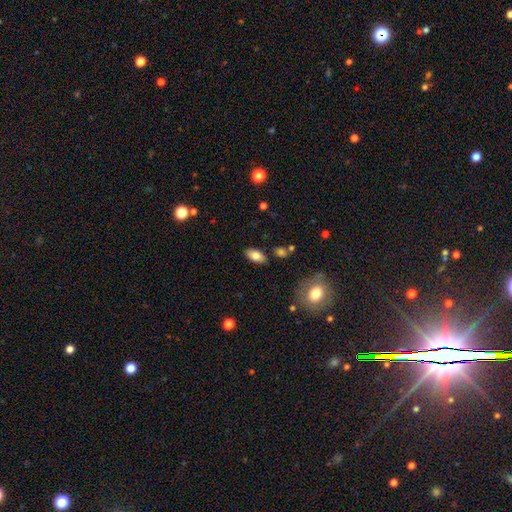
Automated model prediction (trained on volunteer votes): smooth_or_featured: smooth (p=0.78) [alt: featured or disk p=0.14]
how_rounded: in between (p=0.91) [alt: cigar-shaped p=0.06]
merging: none (p=0.85) [alt: minor disturbance p=0.10]